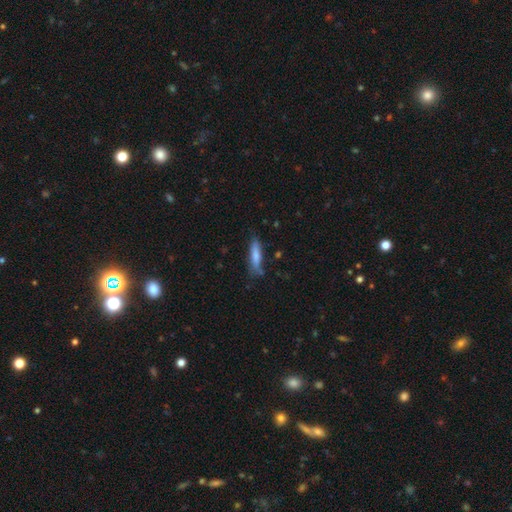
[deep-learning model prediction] Smooth or featured? Predicted: smooth (p=0.74). How rounded? Predicted: cigar-shaped (p=0.76). Merging? Predicted: none (p=0.70).